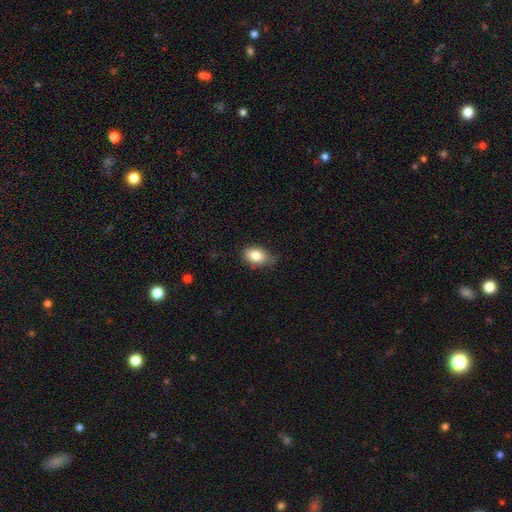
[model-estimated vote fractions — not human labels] Smooth or featured: smooth — 83% (featured or disk — 9%)
How rounded: in between — 84% (round — 14%)
Merging: none — 68% (minor disturbance — 26%)